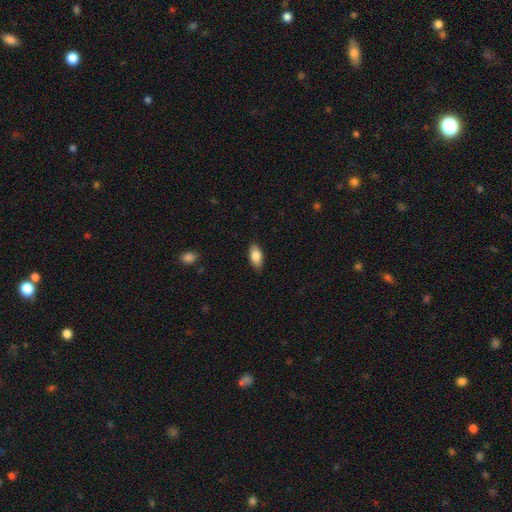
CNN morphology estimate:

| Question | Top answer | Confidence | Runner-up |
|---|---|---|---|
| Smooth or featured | smooth | 84% | featured or disk (9%) |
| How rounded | in between | 90% | cigar-shaped (7%) |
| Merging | none | 87% | minor disturbance (10%) |